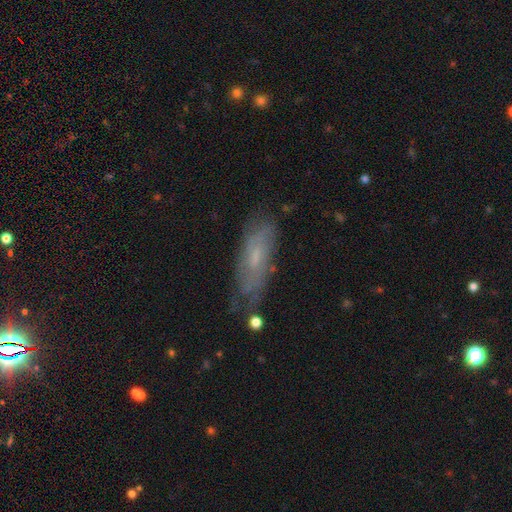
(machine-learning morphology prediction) smooth_or_featured: smooth (p=0.46) [alt: featured or disk p=0.45]
merging: none (p=0.68) [alt: minor disturbance p=0.22]